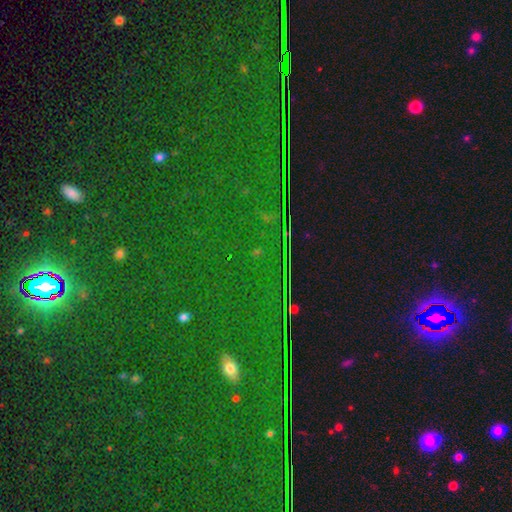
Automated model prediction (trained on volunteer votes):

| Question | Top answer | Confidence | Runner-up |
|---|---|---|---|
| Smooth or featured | star or artifact | 85% | smooth (9%) |